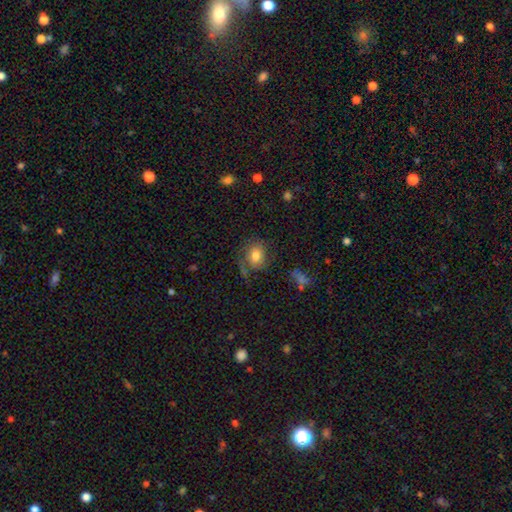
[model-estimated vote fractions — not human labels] smooth_or_featured: smooth (p=0.67) [alt: featured or disk p=0.24]
how_rounded: round (p=0.54) [alt: in between p=0.45]
merging: none (p=0.56) [alt: minor disturbance p=0.22]